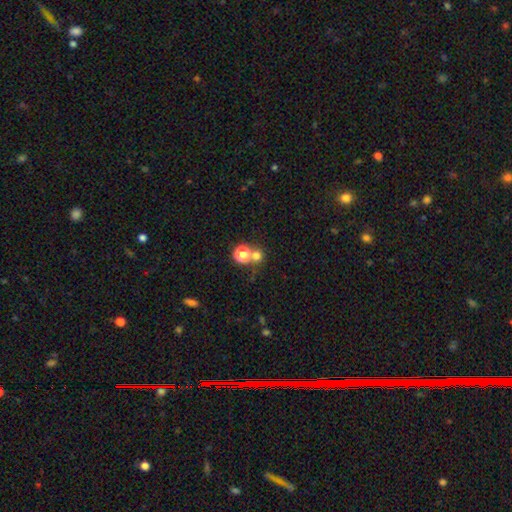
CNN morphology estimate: Smooth or featured?
  - smooth: 69% *
  - star or artifact: 23%
  - featured or disk: 7%
How rounded?
  - round: 88% *
  - in between: 11%
  - cigar-shaped: 1%
Merging?
  - none: 61% *
  - merger: 29%
  - minor disturbance: 7%
  - major disturbance: 4%